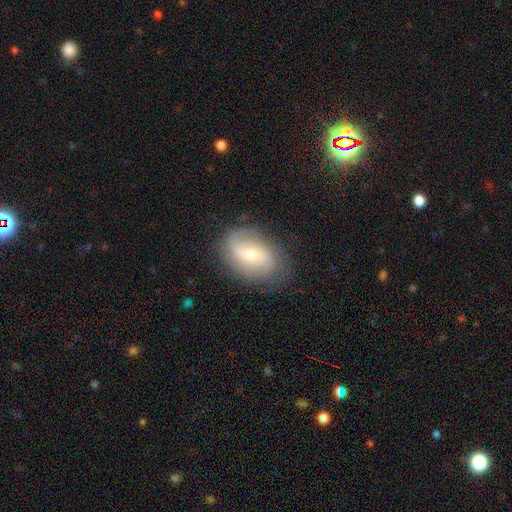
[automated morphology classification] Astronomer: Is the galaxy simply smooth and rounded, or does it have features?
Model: featured or disk — 65%.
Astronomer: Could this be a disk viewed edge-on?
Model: no — 95%.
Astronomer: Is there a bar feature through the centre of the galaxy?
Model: weak — 44% (runner-up: no, 38%).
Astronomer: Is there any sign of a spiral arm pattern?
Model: yes — 85%.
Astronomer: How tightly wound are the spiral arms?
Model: medium — 37% (runner-up: tight, 33%).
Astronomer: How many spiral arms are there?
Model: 2 — 58%.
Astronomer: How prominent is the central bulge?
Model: small — 54% (runner-up: moderate, 41%).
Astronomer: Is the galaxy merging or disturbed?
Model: none — 76%.